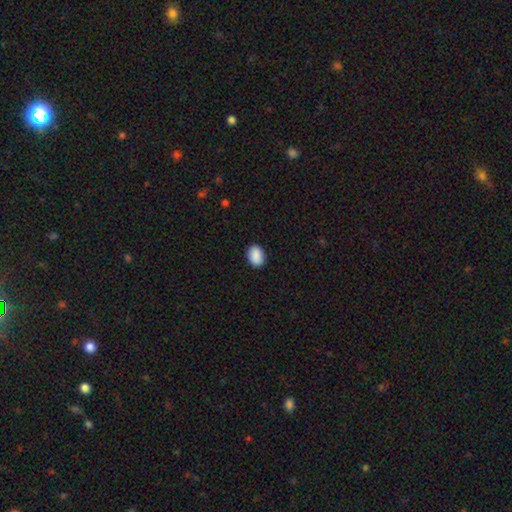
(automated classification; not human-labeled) Smooth or featured? smooth (90%)
How rounded? in between (73%)
Merging? none (89%)